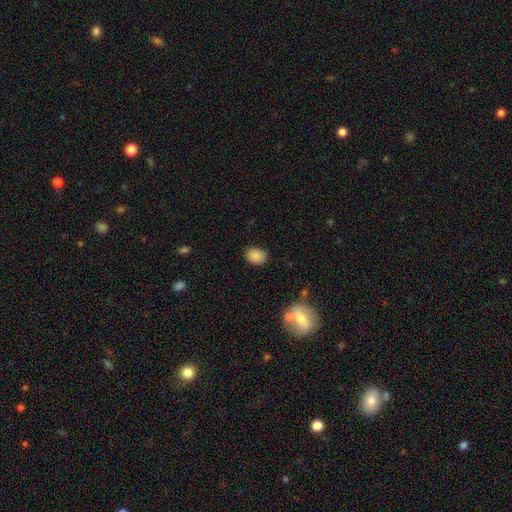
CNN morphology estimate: This is clearly a smooth galaxy (86%). How rounded: likely in between (61%). Merging: clearly none (84%).